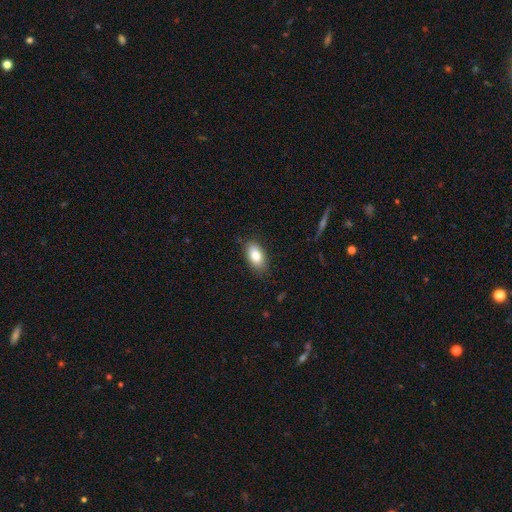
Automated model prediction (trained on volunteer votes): Overall: smooth (80%). How rounded: in between (92%). Merging: none (84%).